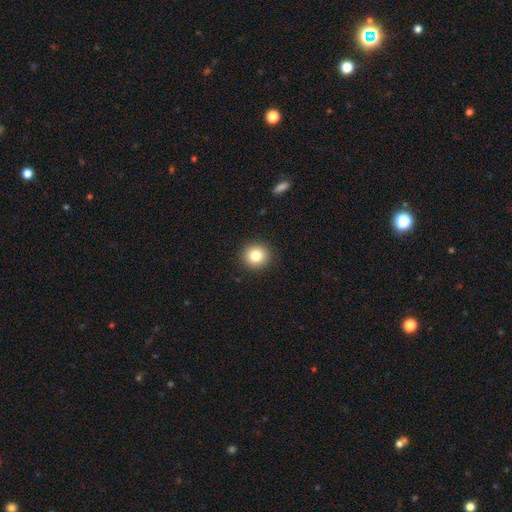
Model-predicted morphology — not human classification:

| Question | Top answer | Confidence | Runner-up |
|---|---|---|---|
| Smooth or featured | smooth | 82% | star or artifact (11%) |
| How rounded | round | 91% | in between (8%) |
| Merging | none | 92% | minor disturbance (5%) |